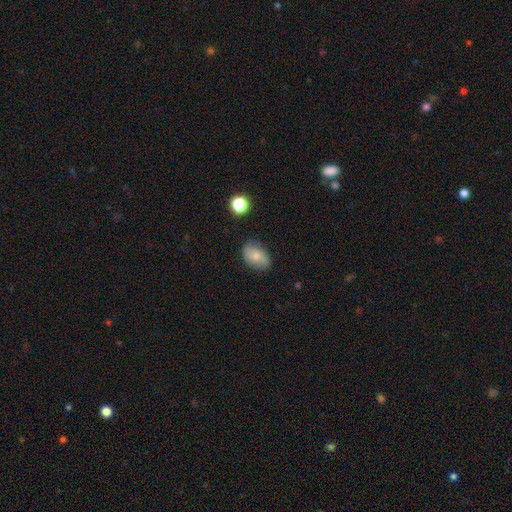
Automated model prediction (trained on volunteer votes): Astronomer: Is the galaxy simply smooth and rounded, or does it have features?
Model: smooth — 64%.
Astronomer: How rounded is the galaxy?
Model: in between — 81%.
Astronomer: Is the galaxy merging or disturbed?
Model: none — 77%.